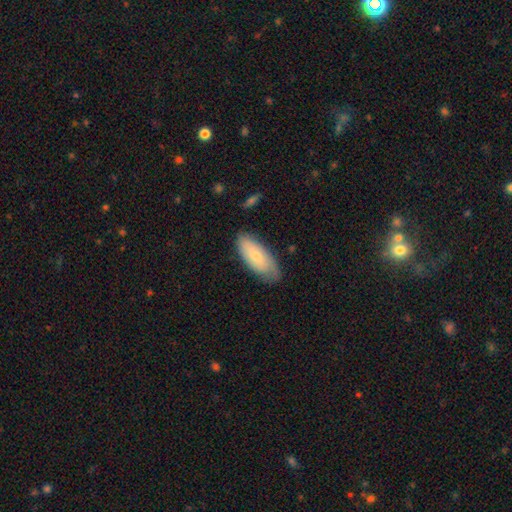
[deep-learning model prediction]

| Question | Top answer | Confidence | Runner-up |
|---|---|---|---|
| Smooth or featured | smooth | 70% | featured or disk (24%) |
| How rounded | in between | 82% | cigar-shaped (16%) |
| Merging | none | 73% | minor disturbance (22%) |